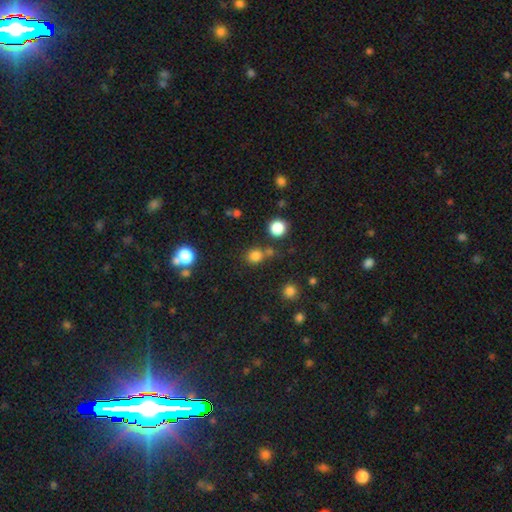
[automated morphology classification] smooth_or_featured: smooth (p=0.78) [alt: star or artifact p=0.17]
how_rounded: round (p=0.82) [alt: in between p=0.17]
merging: none (p=0.69) [alt: merger p=0.17]